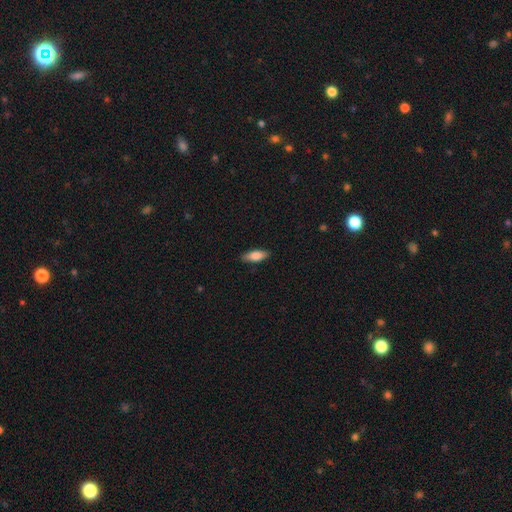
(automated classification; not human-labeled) The model was most divided on "how rounded": in between: 70%, cigar-shaped: 28%, round: 2%. More confident: merging — none (87%); smooth or featured — smooth (80%).